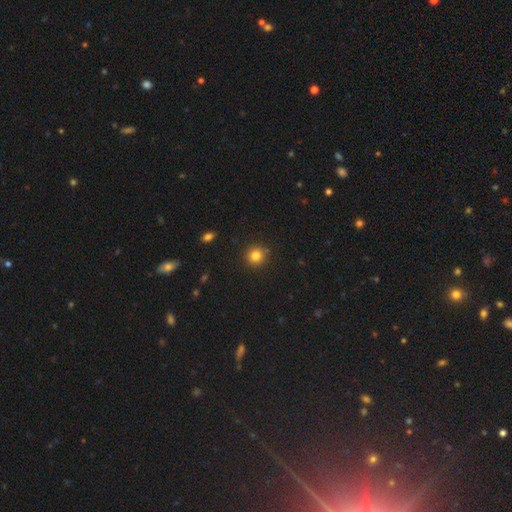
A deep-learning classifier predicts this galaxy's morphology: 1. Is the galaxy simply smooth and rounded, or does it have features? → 83% smooth, 12% star or artifact, 5% featured or disk.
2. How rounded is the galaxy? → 93% round, 6% in between, 1% cigar-shaped.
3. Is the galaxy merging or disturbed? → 89% none, 8% minor disturbance, 2% major disturbance, 1% merger.